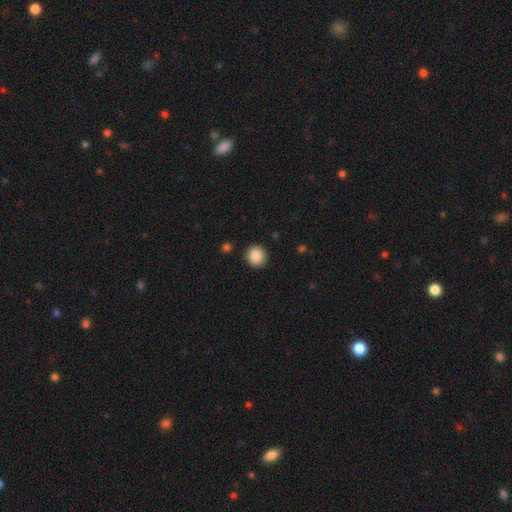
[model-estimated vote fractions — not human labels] A smooth galaxy with no disk features (88%) that is round (91%).

Vote fractions:
- Smooth or featured? smooth: 88% / star or artifact: 8% / featured or disk: 4%
- How rounded? round: 91% / in between: 8% / cigar-shaped: 1%
- Merging? none: 91% / minor disturbance: 6% / major disturbance: 2% / merger: 1%